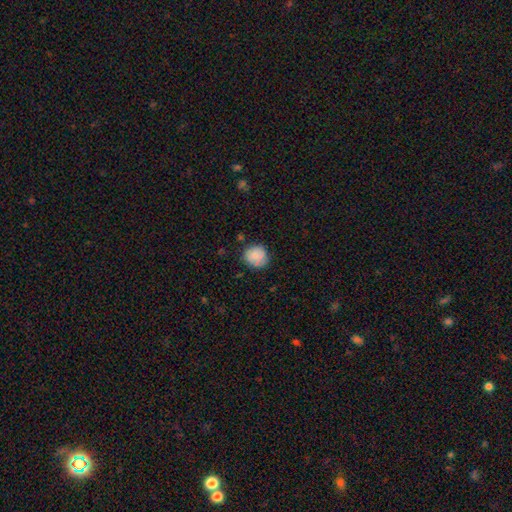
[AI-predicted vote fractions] Overall: smooth (78%). How rounded: round (86%). Merging: none (78%).